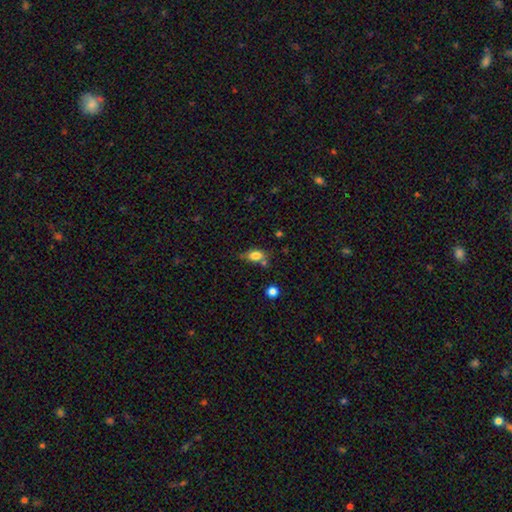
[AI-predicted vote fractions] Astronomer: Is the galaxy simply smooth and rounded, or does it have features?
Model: smooth — 78%.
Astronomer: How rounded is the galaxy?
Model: in between — 75%.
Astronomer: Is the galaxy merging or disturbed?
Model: none — 50%.